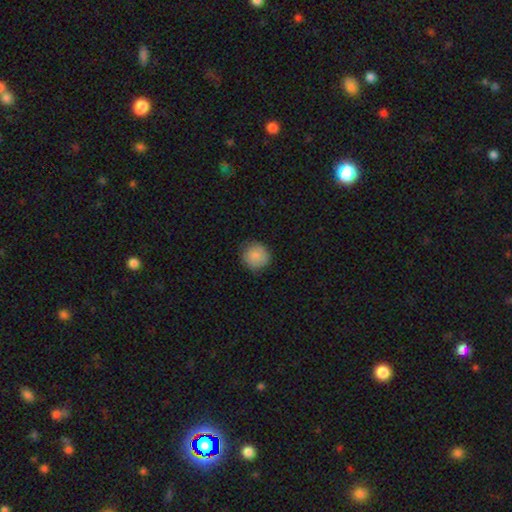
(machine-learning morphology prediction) type=smooth (87%); roundness=round (93%); merging=none (86%).